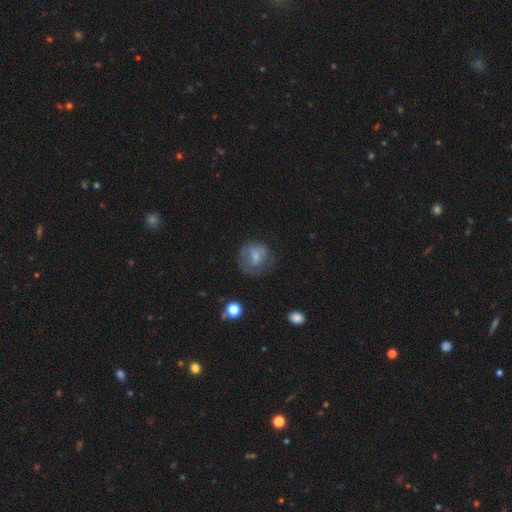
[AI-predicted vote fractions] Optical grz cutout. It shows a smooth galaxy with no disk features (56%) that is round (74%). Merging: none (52%).